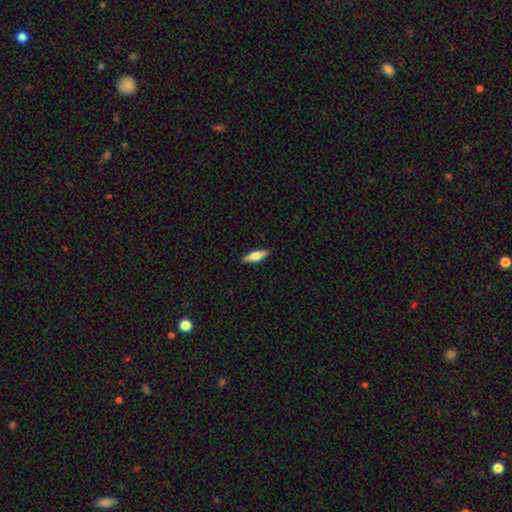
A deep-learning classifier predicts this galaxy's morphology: type=smooth (56%); roundness=cigar-shaped (60%); merging=none (89%).